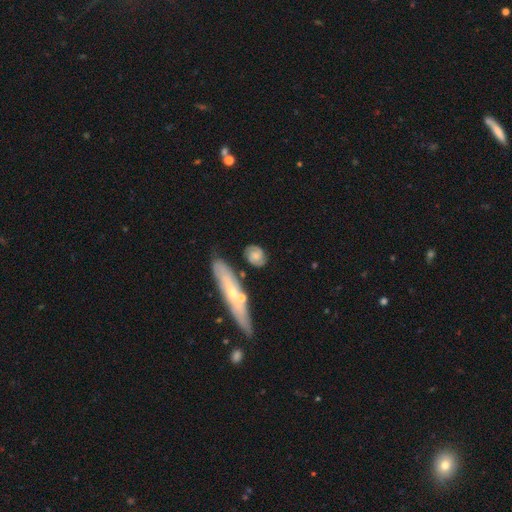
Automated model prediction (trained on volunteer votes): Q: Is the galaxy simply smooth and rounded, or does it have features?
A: featured or disk — 54%.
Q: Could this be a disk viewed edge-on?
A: no — 88%.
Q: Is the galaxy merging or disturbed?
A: none — 72%.